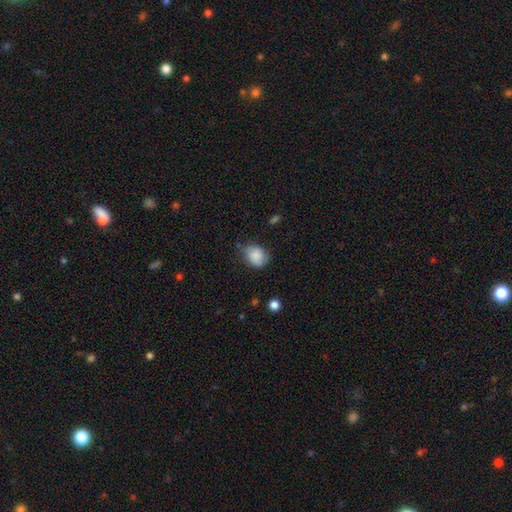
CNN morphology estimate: This is clearly a smooth galaxy (83%). How rounded: possibly round (51%). Merging: possibly none (58%).